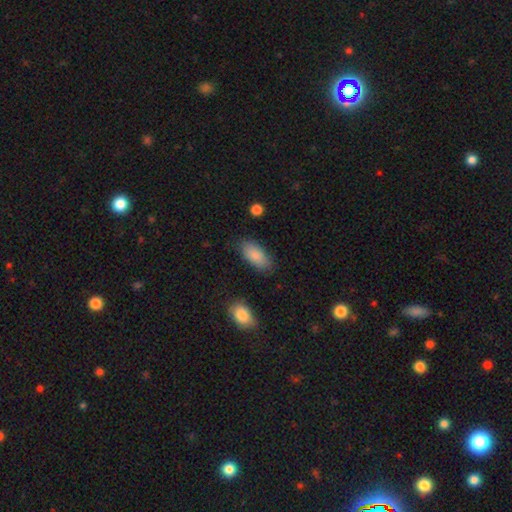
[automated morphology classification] Smooth or featured?
  - smooth: 86% *
  - featured or disk: 8%
  - star or artifact: 6%
How rounded?
  - in between: 90% *
  - cigar-shaped: 8%
  - round: 3%
Merging?
  - none: 80% *
  - minor disturbance: 14%
  - major disturbance: 3%
  - merger: 2%